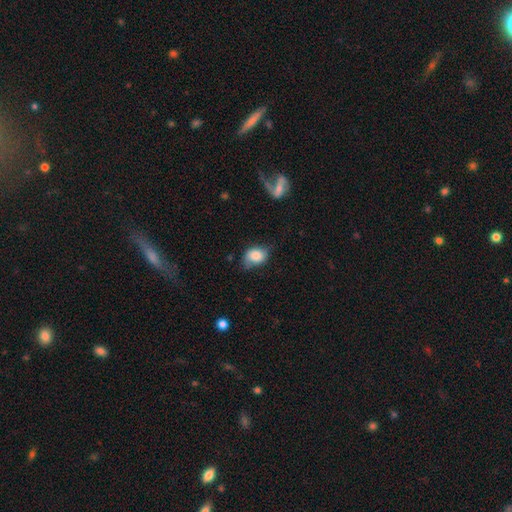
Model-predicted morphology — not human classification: Smooth or featured: smooth — 79% (featured or disk — 13%)
How rounded: in between — 69% (round — 30%)
Merging: none — 54% (minor disturbance — 34%)